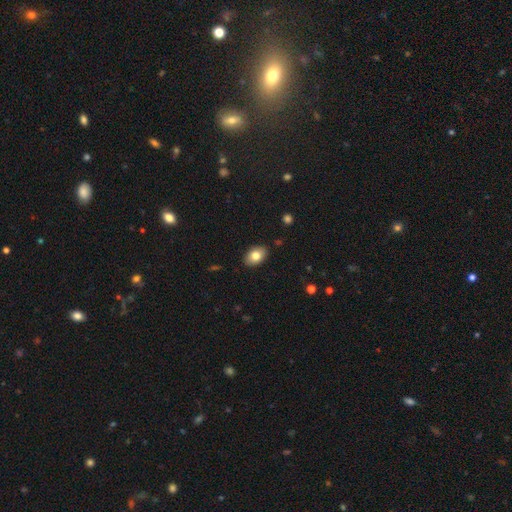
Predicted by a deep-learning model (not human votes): Smooth or featured?
  - smooth: 80% *
  - featured or disk: 12%
  - star or artifact: 8%
How rounded?
  - in between: 86% *
  - round: 13%
  - cigar-shaped: 1%
Merging?
  - none: 87% *
  - minor disturbance: 10%
  - major disturbance: 2%
  - merger: 1%